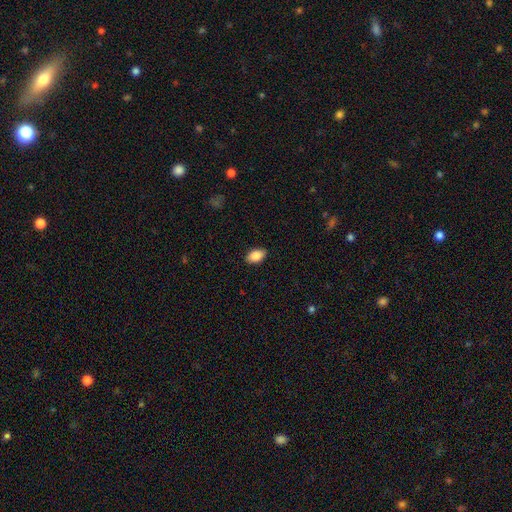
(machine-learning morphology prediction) A smooth galaxy with no disk features (87%) that is in between round and cigar-shaped (91%). Merging: none (88%).